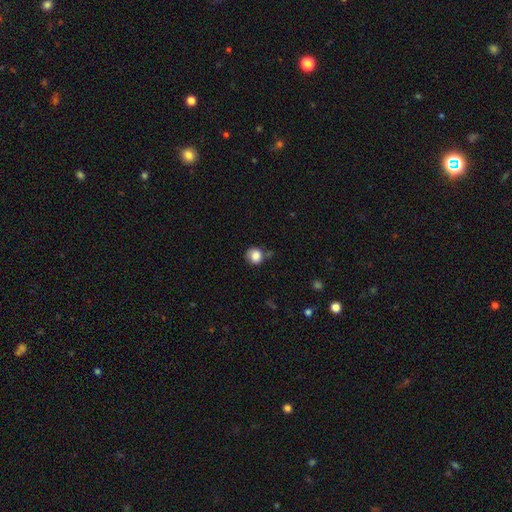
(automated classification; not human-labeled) Smooth or featured: smooth — 85% (star or artifact — 9%)
How rounded: round — 84% (in between — 15%)
Merging: none — 62% (minor disturbance — 26%)